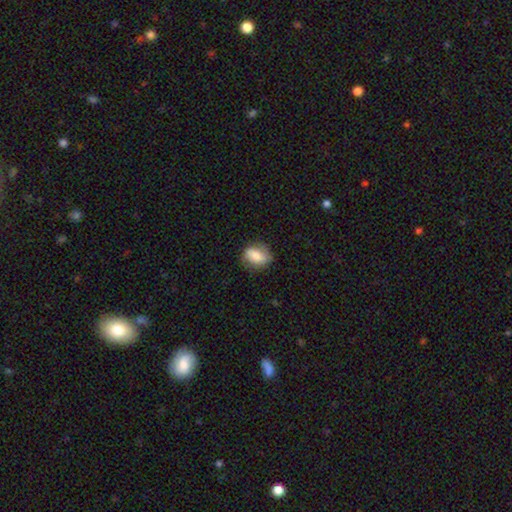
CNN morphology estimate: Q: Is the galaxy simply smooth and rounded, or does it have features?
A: smooth — 66%.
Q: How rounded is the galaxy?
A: in between — 66%.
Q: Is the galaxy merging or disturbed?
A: none — 73%.